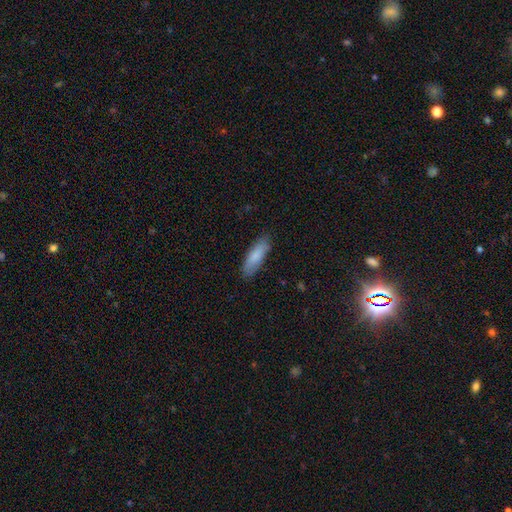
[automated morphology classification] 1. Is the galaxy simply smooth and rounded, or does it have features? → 83% smooth, 12% featured or disk, 5% star or artifact.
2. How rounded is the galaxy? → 50% cigar-shaped, 48% in between, 1% round.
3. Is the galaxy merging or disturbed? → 83% none, 13% minor disturbance, 3% major disturbance, 1% merger.